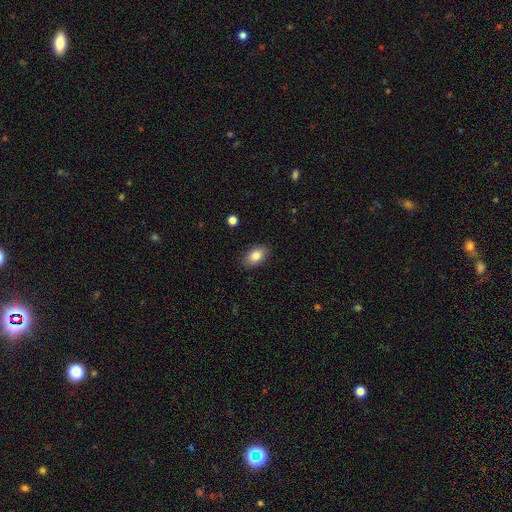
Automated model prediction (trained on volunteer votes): Q: Smooth or featured?
A: smooth (84%); runner-up: featured or disk (8%)
Q: How rounded?
A: in between (88%); runner-up: round (10%)
Q: Merging?
A: none (88%); runner-up: minor disturbance (9%)